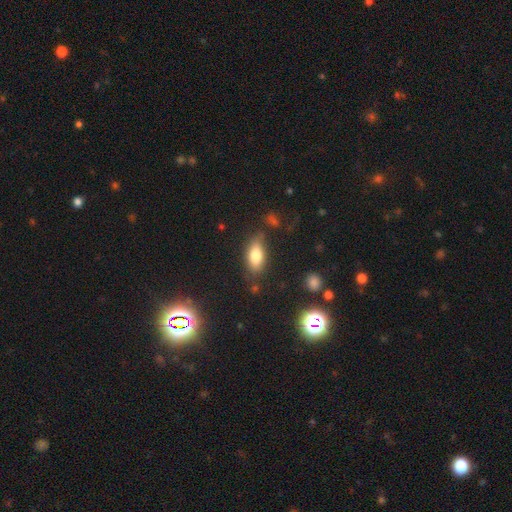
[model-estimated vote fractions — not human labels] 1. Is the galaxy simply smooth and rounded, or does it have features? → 78% smooth, 14% featured or disk, 9% star or artifact.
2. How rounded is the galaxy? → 85% in between, 12% cigar-shaped, 4% round.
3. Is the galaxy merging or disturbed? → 72% none, 19% minor disturbance, 6% major disturbance, 4% merger.